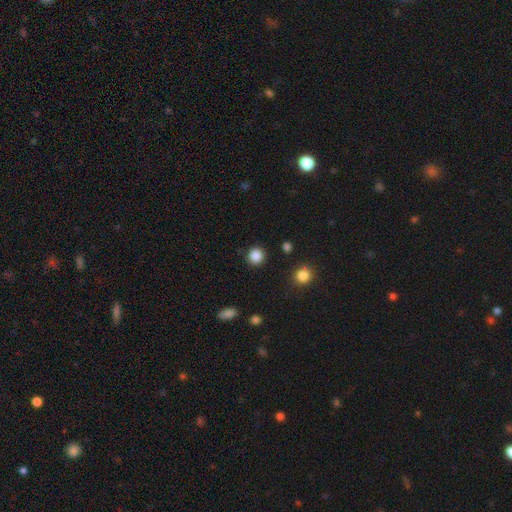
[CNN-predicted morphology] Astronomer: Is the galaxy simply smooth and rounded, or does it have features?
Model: smooth — 86%.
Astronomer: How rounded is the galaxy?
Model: round — 92%.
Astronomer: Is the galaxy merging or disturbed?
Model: none — 90%.